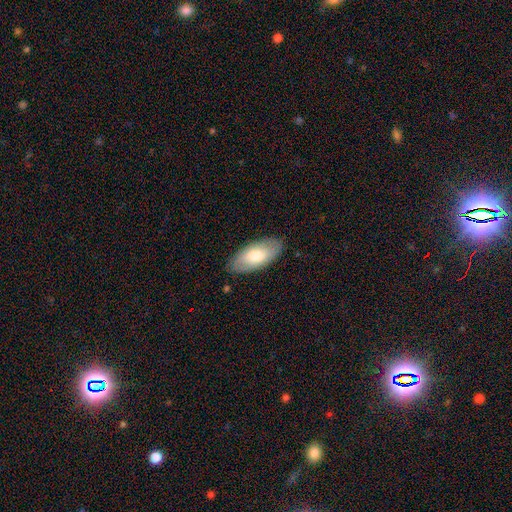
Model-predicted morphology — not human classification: This is likely a smooth galaxy (68%). How rounded: clearly in between (91%). Merging: clearly none (84%).